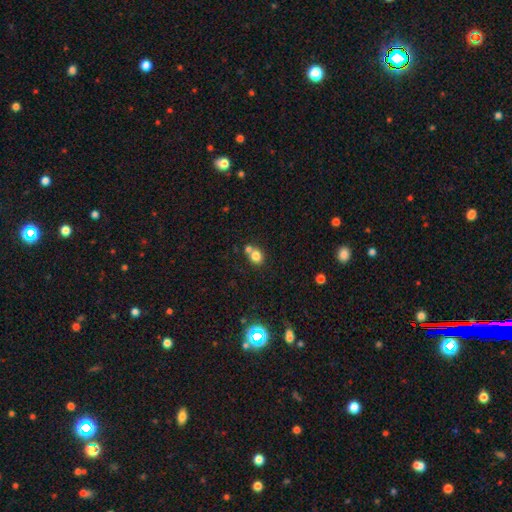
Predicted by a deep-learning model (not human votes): Smooth or featured?
  - smooth: 79% *
  - star or artifact: 13%
  - featured or disk: 8%
How rounded?
  - round: 73% *
  - in between: 27%
  - cigar-shaped: 1%
Merging?
  - none: 54% *
  - merger: 33%
  - minor disturbance: 9%
  - major disturbance: 3%